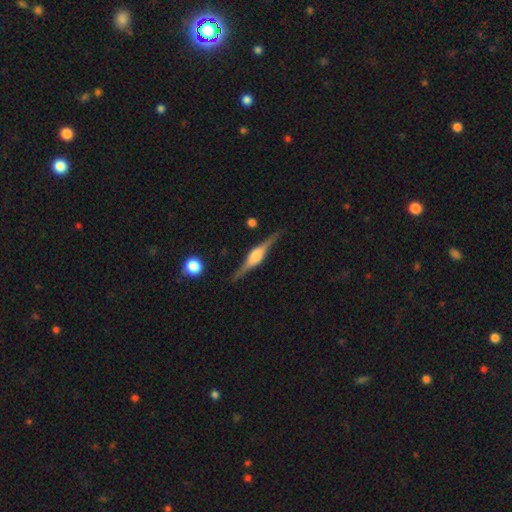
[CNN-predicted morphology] The model was most divided on "edge-on bulge": rounded: 79%, boxy: 18%, none: 2%. More confident: edge-on disk — yes (98%); merging — none (87%); smooth or featured — featured or disk (85%).